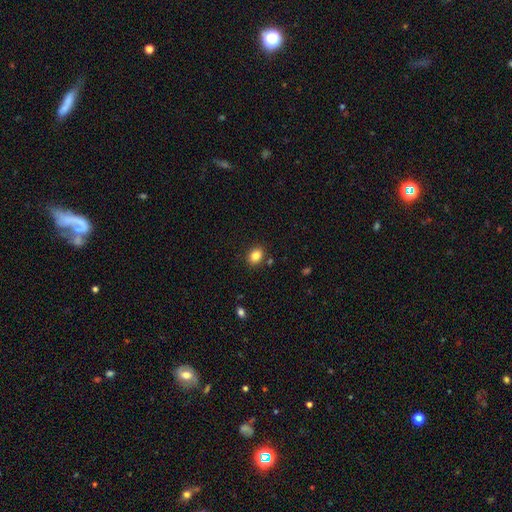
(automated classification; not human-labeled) This is clearly a smooth galaxy (84%). How rounded: possibly in between (57%). Merging: clearly none (85%).